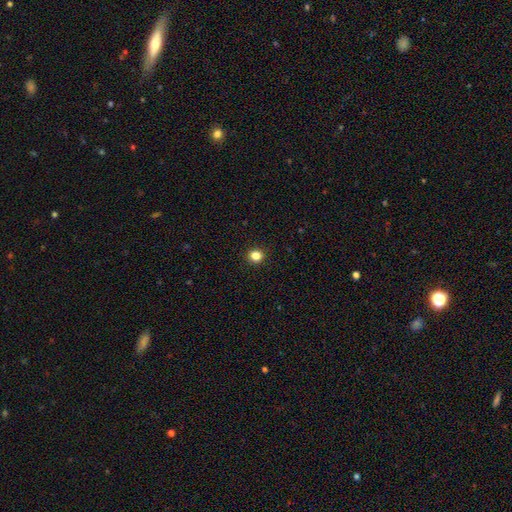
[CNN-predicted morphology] type=smooth (84%); roundness=round (91%); merging=none (93%).